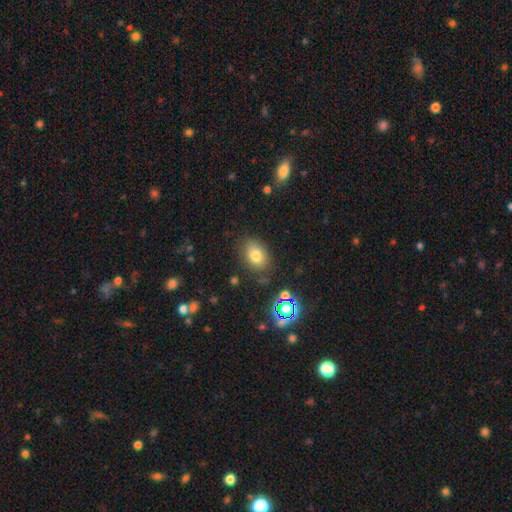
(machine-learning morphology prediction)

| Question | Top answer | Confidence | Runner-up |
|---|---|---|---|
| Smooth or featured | smooth | 76% | star or artifact (13%) |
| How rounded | in between | 73% | round (26%) |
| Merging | none | 79% | minor disturbance (14%) |